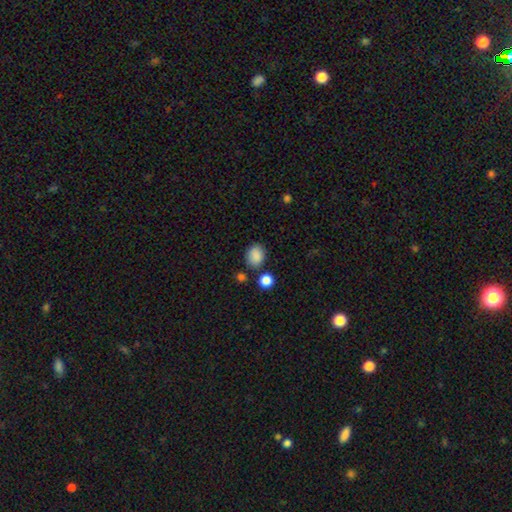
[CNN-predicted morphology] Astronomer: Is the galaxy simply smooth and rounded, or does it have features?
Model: smooth — 87%.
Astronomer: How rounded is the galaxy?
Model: in between — 54% (runner-up: round, 45%).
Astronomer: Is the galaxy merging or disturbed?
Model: none — 78%.